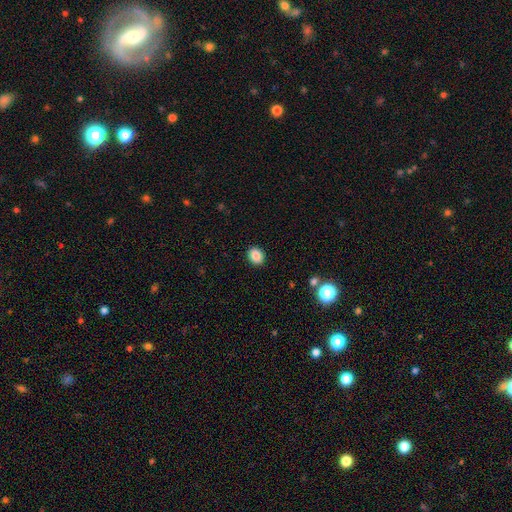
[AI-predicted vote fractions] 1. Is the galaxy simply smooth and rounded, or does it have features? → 87% smooth, 9% star or artifact, 4% featured or disk.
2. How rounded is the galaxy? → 55% round, 44% in between, 1% cigar-shaped.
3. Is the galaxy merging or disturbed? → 91% none, 6% minor disturbance, 2% major disturbance, 1% merger.